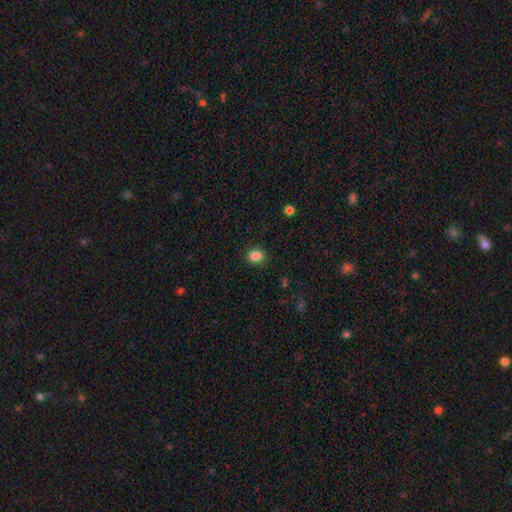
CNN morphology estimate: smooth 86%, star or artifact 10%, featured or disk 4%. Down the decision tree: how rounded — in between (55%); merging — none (88%).